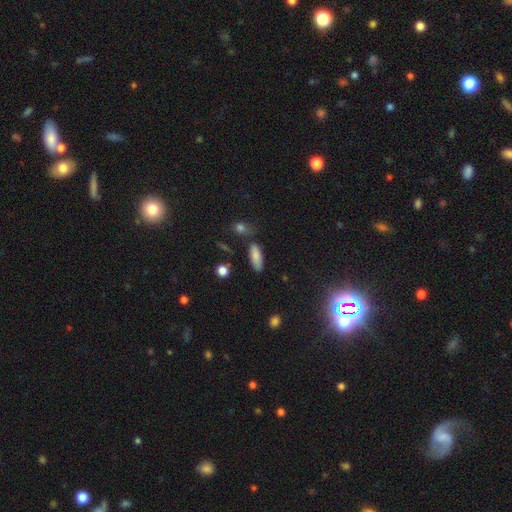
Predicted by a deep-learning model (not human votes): This is clearly a smooth galaxy (81%). How rounded: likely in between (72%). Merging: likely none (72%).